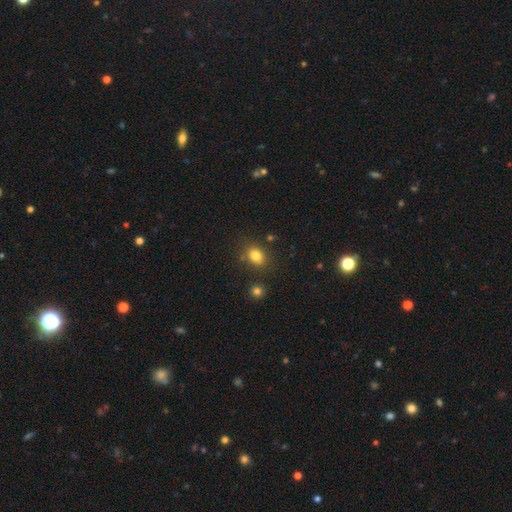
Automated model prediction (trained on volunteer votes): This is clearly a smooth galaxy (82%). How rounded: possibly in between (57%). Merging: likely none (77%).